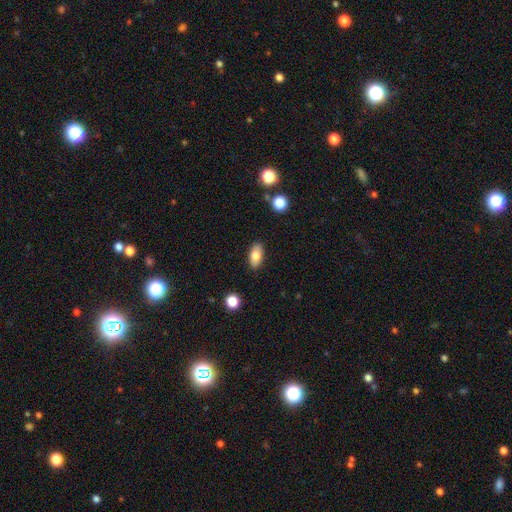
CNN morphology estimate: smooth 80%, featured or disk 12%, star or artifact 8%. Down the decision tree: how rounded — in between (91%); merging — none (87%).